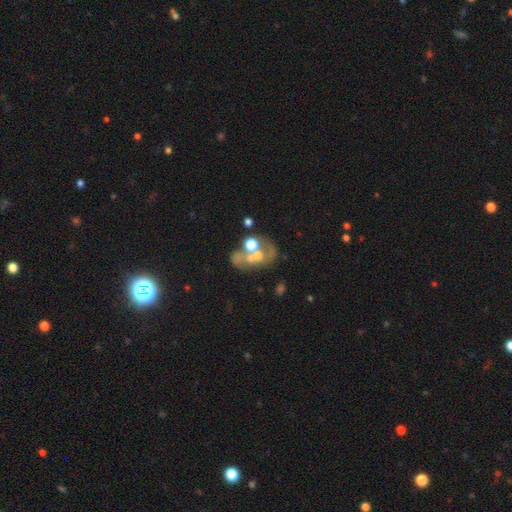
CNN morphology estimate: Smooth or featured? featured or disk (53%)
Edge-on disk? no (96%)
Bar? no (79%)
Spiral arms? no (64%)
Bulge size? moderate (50%)
Merging? merger (37%)